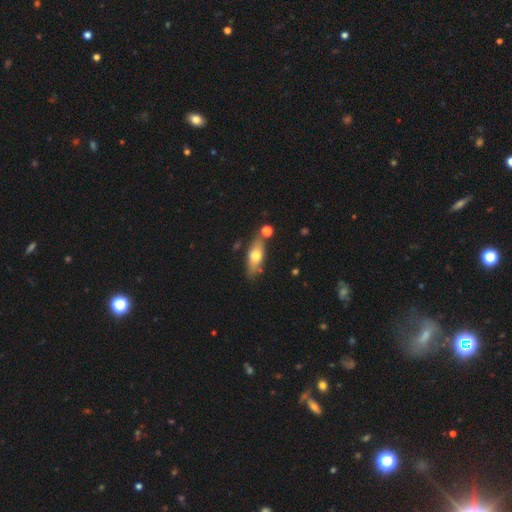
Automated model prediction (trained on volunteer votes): Smooth or featured?
  - smooth: 58% *
  - featured or disk: 35%
  - star or artifact: 7%
How rounded?
  - in between: 63% *
  - cigar-shaped: 33%
  - round: 5%
Merging?
  - none: 72% *
  - minor disturbance: 15%
  - merger: 9%
  - major disturbance: 4%